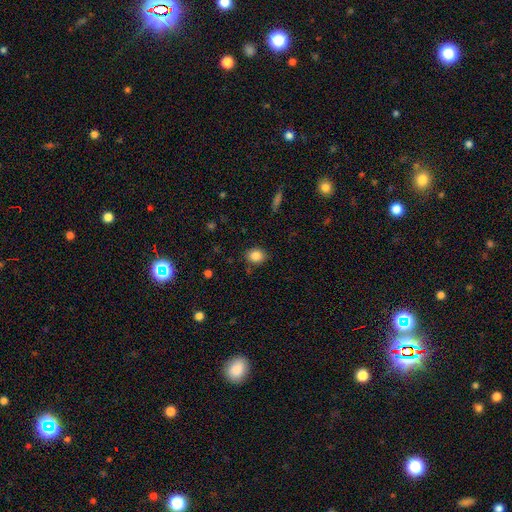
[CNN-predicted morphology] Smooth or featured: smooth — 85% (star or artifact — 10%)
How rounded: round — 64% (in between — 35%)
Merging: none — 82% (minor disturbance — 13%)